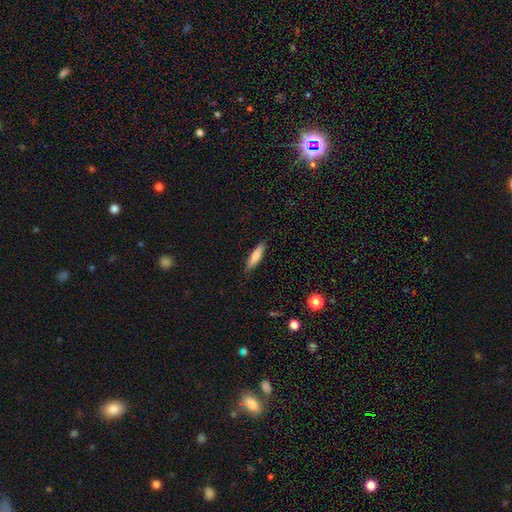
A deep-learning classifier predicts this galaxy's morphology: A smooth galaxy with no disk features (74%) that is cigar-shaped (74%).

Vote fractions:
- Smooth or featured? smooth: 74% / featured or disk: 20% / star or artifact: 6%
- How rounded? cigar-shaped: 74% / in between: 24% / round: 2%
- Merging? none: 86% / minor disturbance: 11% / major disturbance: 2% / merger: 1%